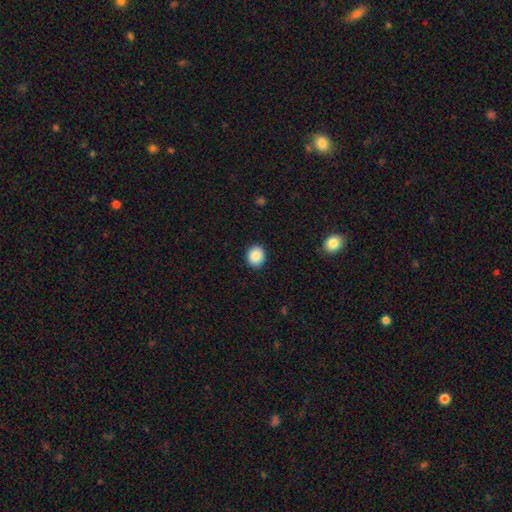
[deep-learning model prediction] A smooth galaxy with no disk features (88%) that is round (72%).

Vote fractions:
- Smooth or featured? smooth: 88% / star or artifact: 8% / featured or disk: 4%
- How rounded? round: 72% / in between: 27% / cigar-shaped: 1%
- Merging? none: 91% / minor disturbance: 6% / major disturbance: 2% / merger: 1%